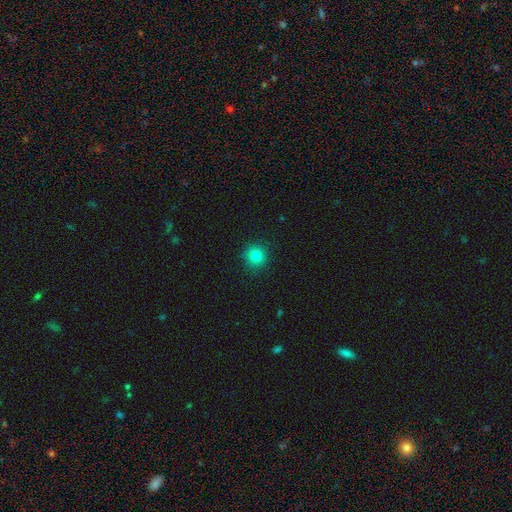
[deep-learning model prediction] Morphology: type=smooth (81%); roundness=round (93%); merging=none (90%).